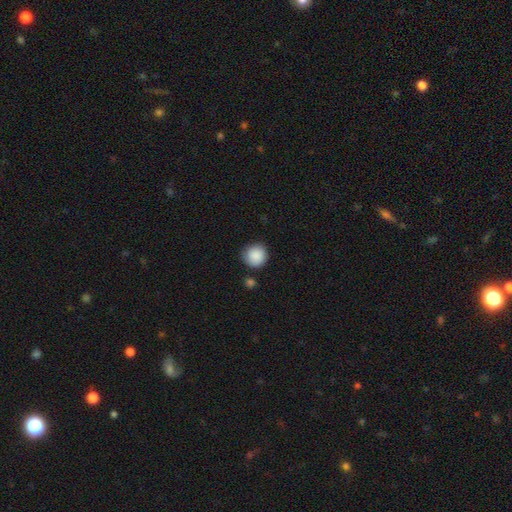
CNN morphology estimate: A smooth galaxy with no disk features (88%) that is round (93%). Merging: none (80%).